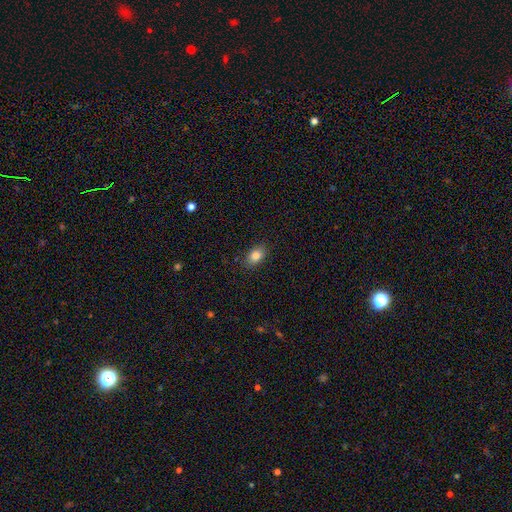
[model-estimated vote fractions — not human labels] smooth 84%, star or artifact 9%, featured or disk 7%. Down the decision tree: how rounded — in between (82%); merging — none (87%).